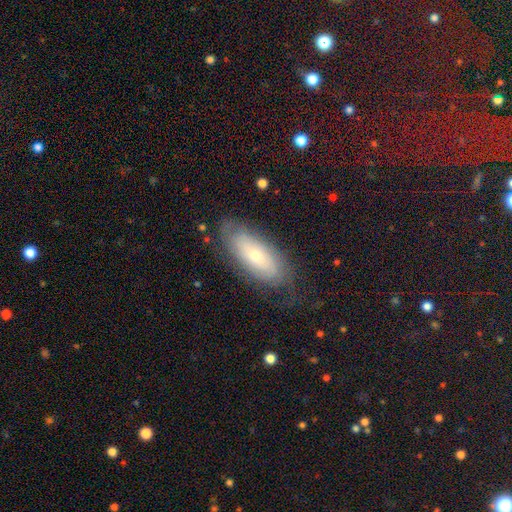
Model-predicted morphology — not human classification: smooth_or_featured: featured or disk (p=0.50) [alt: smooth p=0.42]
disk_edge_on: no (p=0.83) [alt: yes p=0.17]
merging: none (p=0.70) [alt: minor disturbance p=0.21]